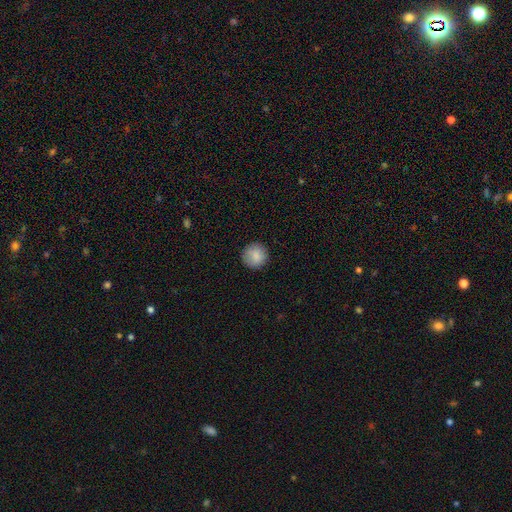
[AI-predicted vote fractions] Smooth or featured: smooth — 86% (star or artifact — 8%)
How rounded: round — 95% (in between — 4%)
Merging: none — 91% (minor disturbance — 6%)